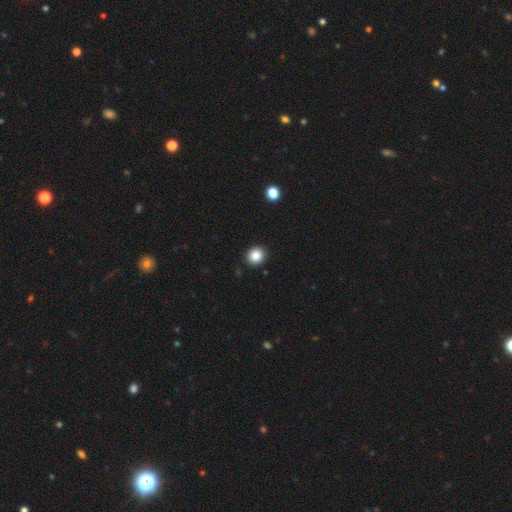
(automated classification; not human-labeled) Overall: smooth (85%). How rounded: round (87%). Merging: none (92%).